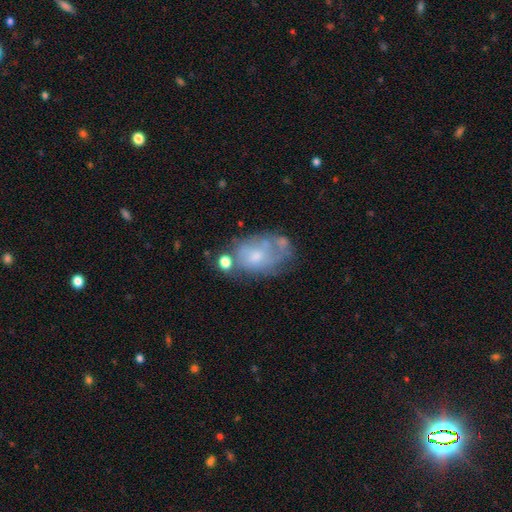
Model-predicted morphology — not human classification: Smooth or featured? Predicted: featured or disk (p=0.56). Edge-on disk? Predicted: no (p=0.95). Bar? Predicted: no (p=0.80). Spiral arms? Predicted: no (p=0.52). Bulge size? Predicted: small (p=0.53). Merging? Predicted: none (p=0.47).